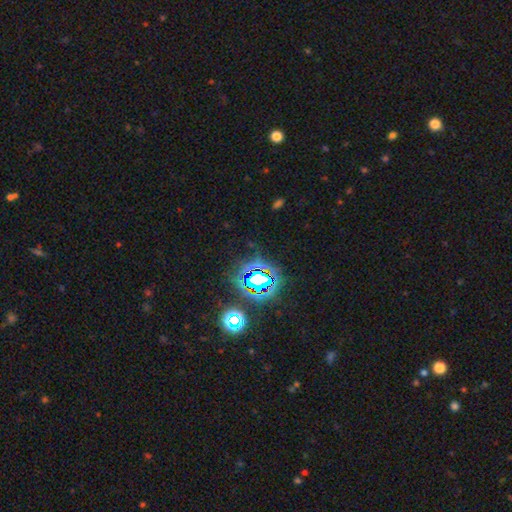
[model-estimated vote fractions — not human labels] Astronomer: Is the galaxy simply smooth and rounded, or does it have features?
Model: star or artifact — 79%.